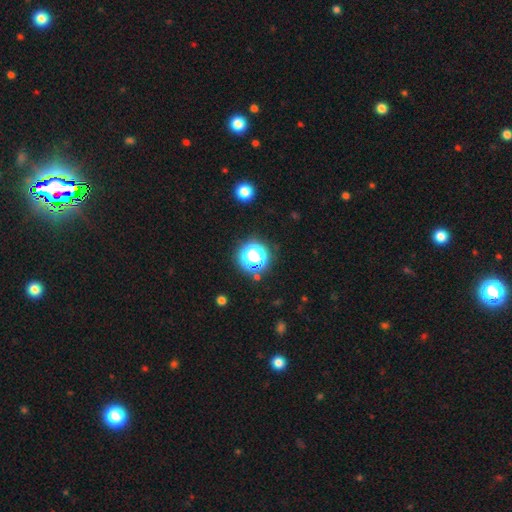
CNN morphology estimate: Smooth or featured? smooth (47%)
Merging? none (75%)